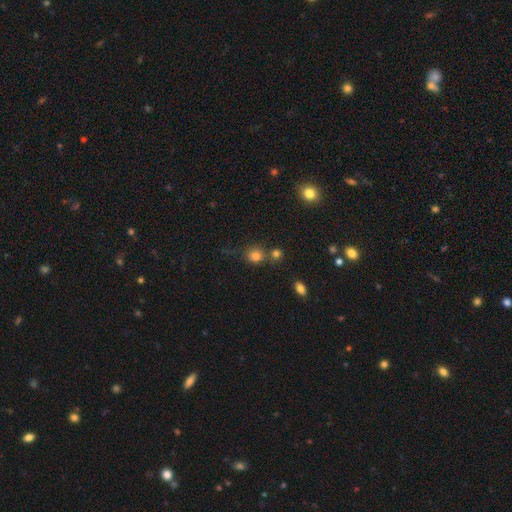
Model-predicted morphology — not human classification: The model was most divided on "merging": none: 60%, merger: 22%, minor disturbance: 12%, major disturbance: 5%. More confident: smooth or featured — smooth (80%); how rounded — round (77%).